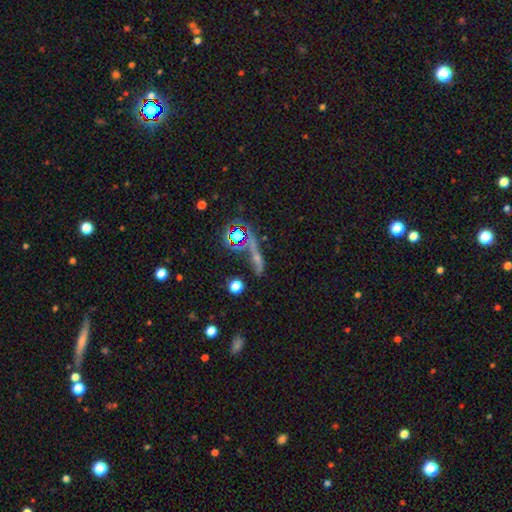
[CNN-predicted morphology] This appears to be a star or artifact, not a galaxy (47%).